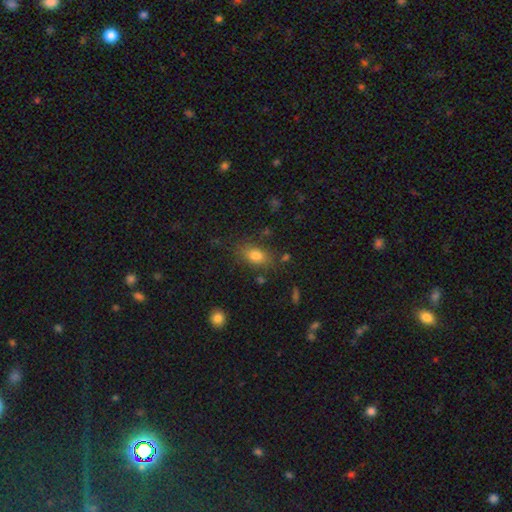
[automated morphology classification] This appears to be a smooth galaxy with no disk features (80%) that is in between round and cigar-shaped (82%). Merging: none (76%).